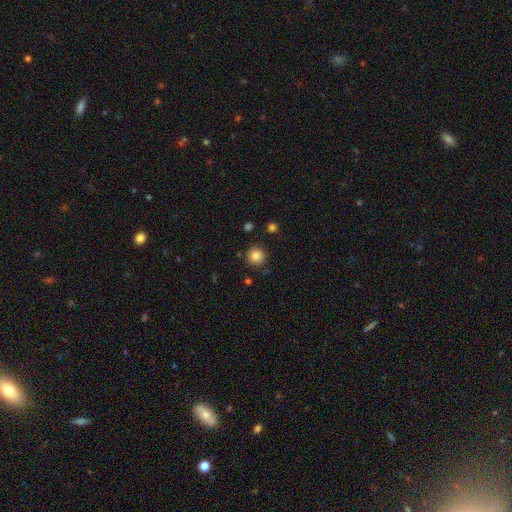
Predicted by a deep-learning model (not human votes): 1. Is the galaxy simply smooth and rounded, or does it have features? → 85% smooth, 11% star or artifact, 5% featured or disk.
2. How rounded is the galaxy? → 94% round, 5% in between, 1% cigar-shaped.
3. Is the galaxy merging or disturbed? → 87% none, 8% minor disturbance, 3% major disturbance, 2% merger.